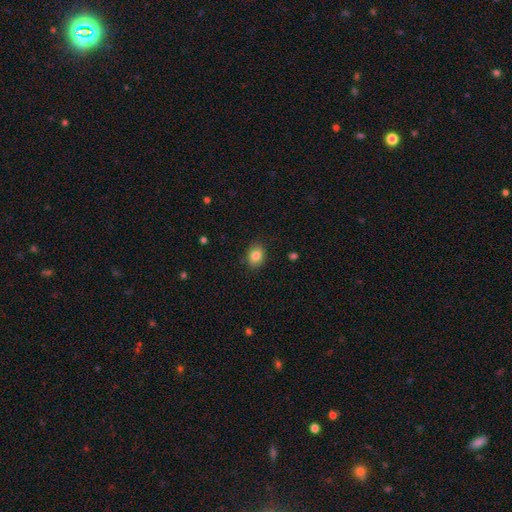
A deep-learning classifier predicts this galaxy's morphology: A smooth galaxy with no disk features (84%) that is in between round and cigar-shaped (59%). Merging: none (86%).